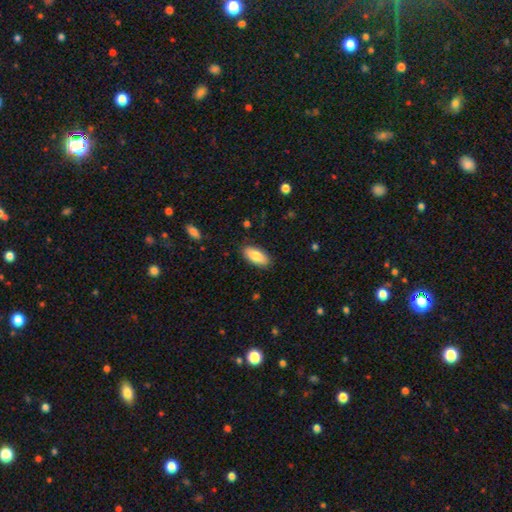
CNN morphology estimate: A smooth galaxy with no disk features (84%) that is in between round and cigar-shaped (89%). Merging: none (87%).